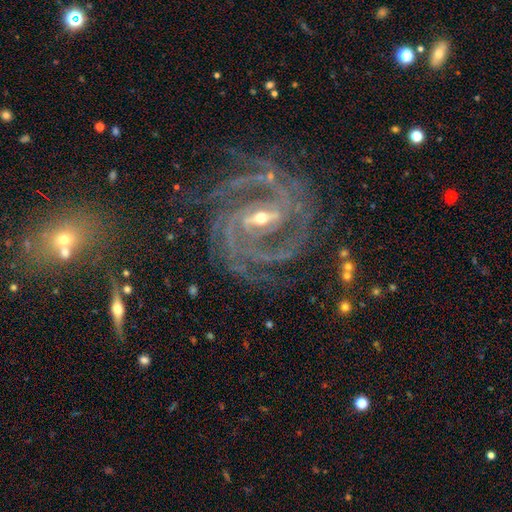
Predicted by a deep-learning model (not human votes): Morphology: type=featured or disk (92%); edge-on=no (97%); bar=strong (56%); spiral arms=yes (99%); winding=tight (62%); arm count=3 (28%); bulge=small (62%); merging=none (72%).